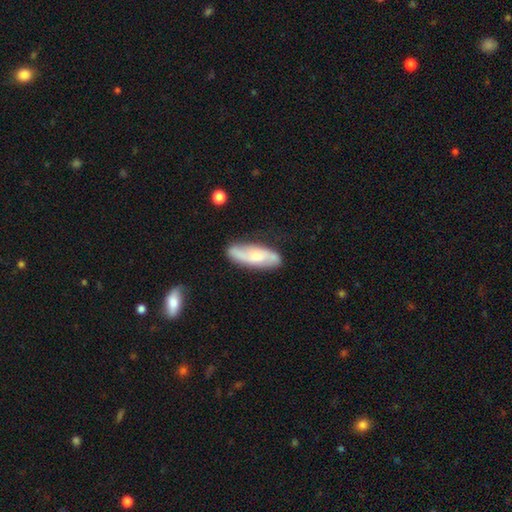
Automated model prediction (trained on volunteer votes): A featured or disk galaxy (53%). Merging: none (76%).